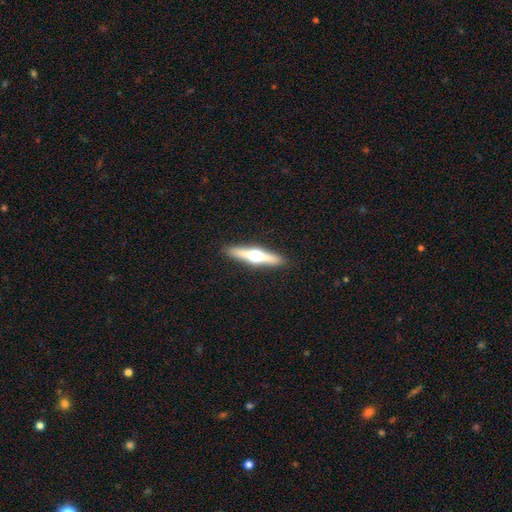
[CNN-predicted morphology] Smooth or featured? featured or disk (65%)
Edge-on disk? yes (97%)
Edge-on bulge? rounded (96%)
Merging? none (91%)